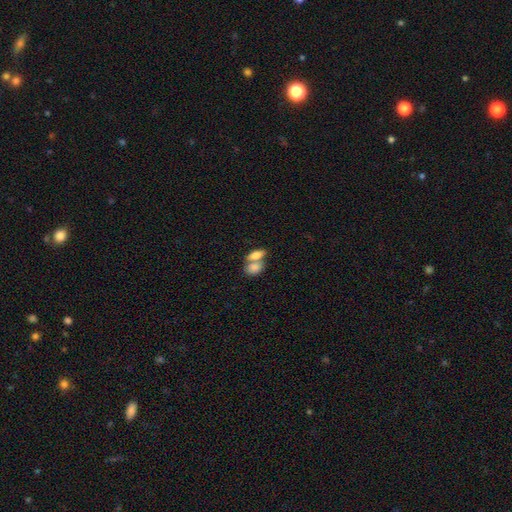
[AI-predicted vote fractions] This appears to be a smooth galaxy with no disk features (78%) that is in between round and cigar-shaped (84%). Merging: merger (59%).